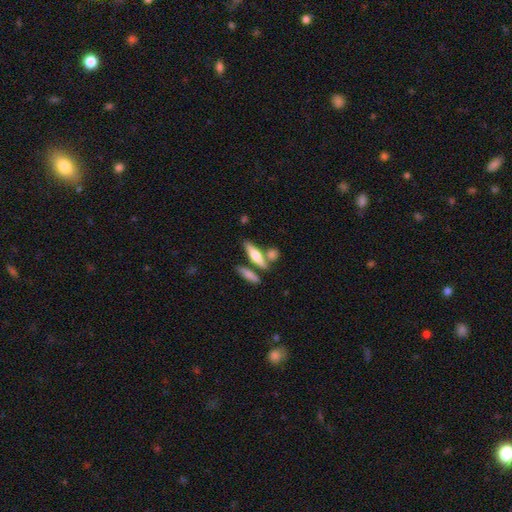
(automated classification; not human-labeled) Smooth or featured? smooth (56%)
How rounded? cigar-shaped (67%)
Merging? none (66%)